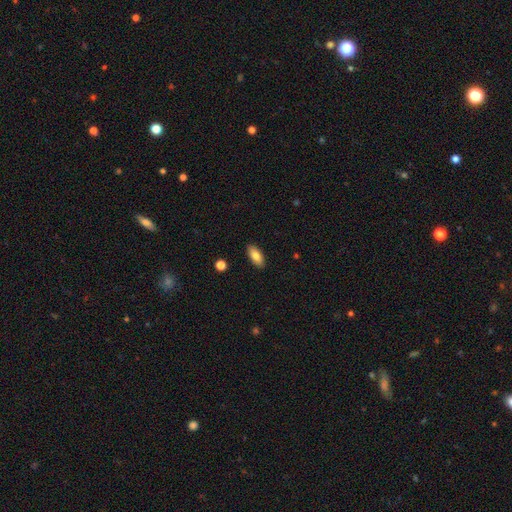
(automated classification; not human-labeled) This appears to be a smooth galaxy with no disk features (82%) that is in between round and cigar-shaped (88%). Merging: none (89%).